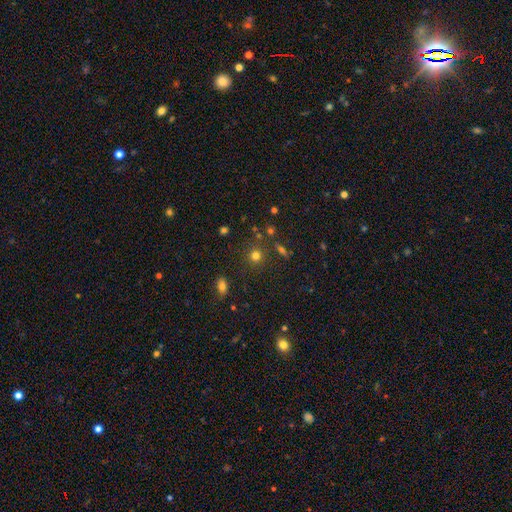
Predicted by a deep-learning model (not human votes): smooth-or-featured: smooth: 74% | star or artifact: 18% | featured or disk: 8%
  how-rounded: round: 89% | in between: 10% | cigar-shaped: 1%
  merging: none: 83% | minor disturbance: 8% | merger: 5% | major disturbance: 3%